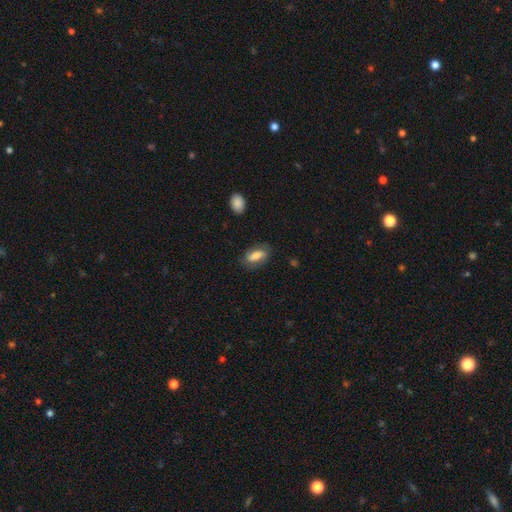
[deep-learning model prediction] Overall: smooth (67%). How rounded: in between (84%). Merging: none (74%).